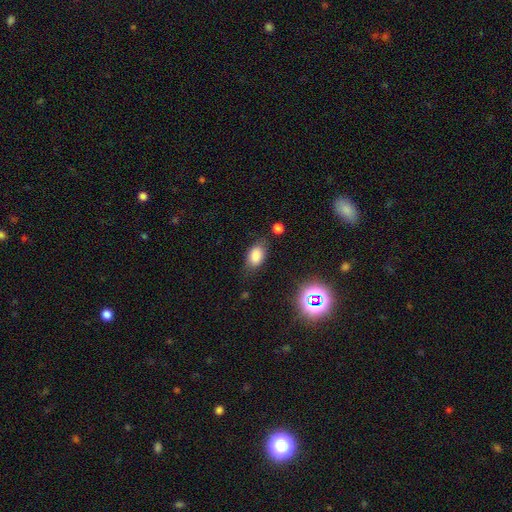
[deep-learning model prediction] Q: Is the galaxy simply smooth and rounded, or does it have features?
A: smooth — 82%.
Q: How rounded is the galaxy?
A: in between — 88%.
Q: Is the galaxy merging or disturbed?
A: none — 73%.